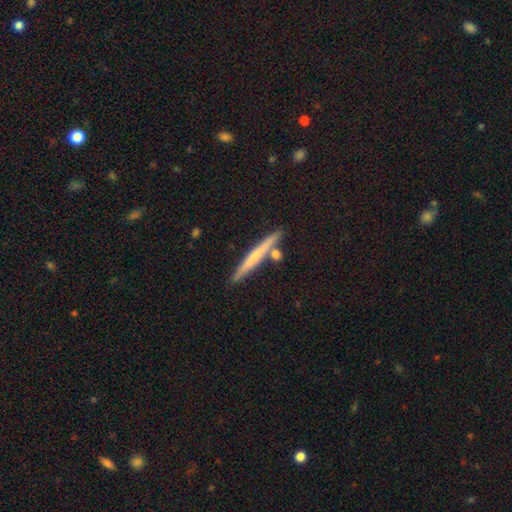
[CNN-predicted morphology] type=featured or disk (47%); merging=none (80%).